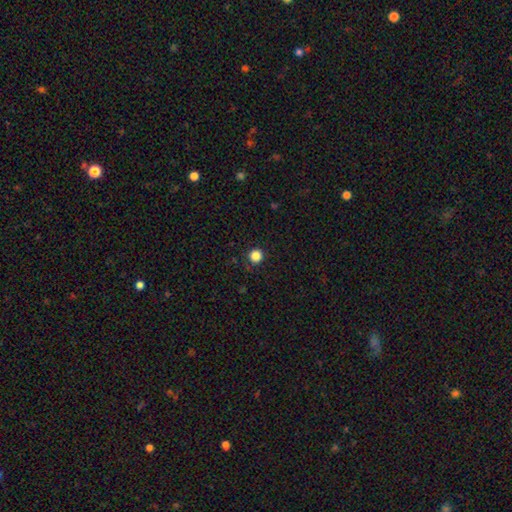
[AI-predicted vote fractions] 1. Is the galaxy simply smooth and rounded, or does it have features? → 85% smooth, 12% star or artifact, 3% featured or disk.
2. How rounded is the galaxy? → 95% round, 4% in between, 1% cigar-shaped.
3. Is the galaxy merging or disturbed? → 91% none, 6% minor disturbance, 2% major disturbance, 1% merger.